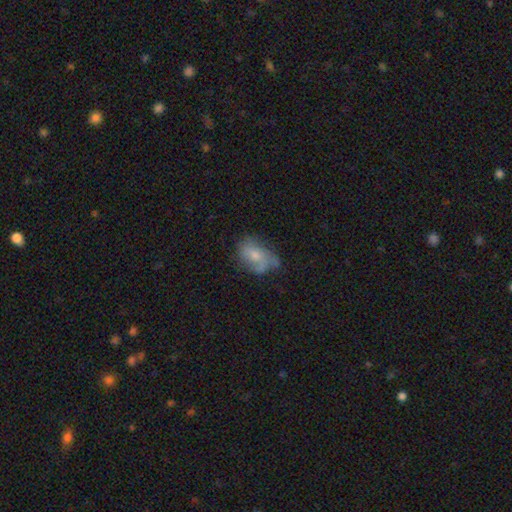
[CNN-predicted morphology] Smooth or featured?
  - smooth: 55% *
  - featured or disk: 36%
  - star or artifact: 9%
How rounded?
  - in between: 81% *
  - round: 17%
  - cigar-shaped: 2%
Merging?
  - none: 43% *
  - minor disturbance: 34%
  - major disturbance: 18%
  - merger: 5%